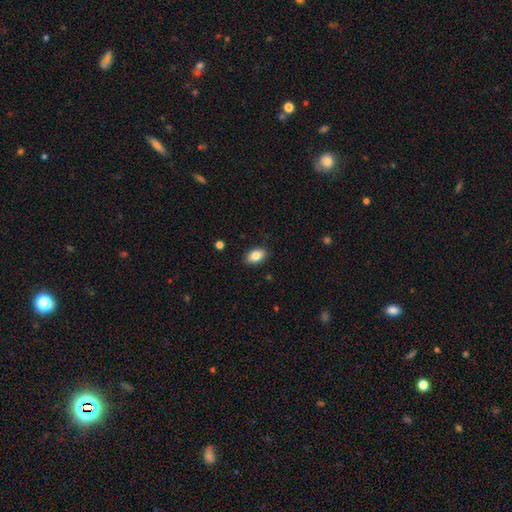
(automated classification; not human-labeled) Smooth or featured? smooth (84%)
How rounded? in between (89%)
Merging? none (88%)